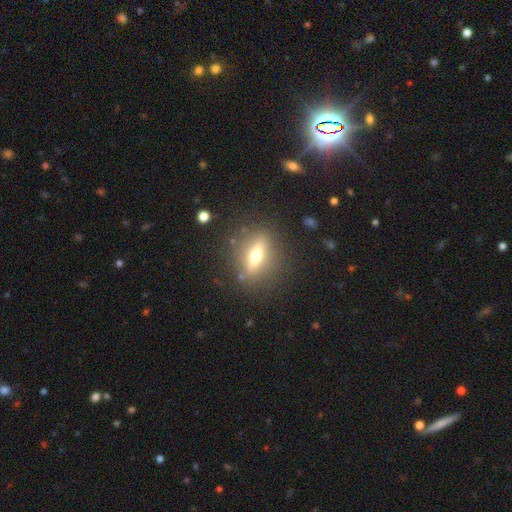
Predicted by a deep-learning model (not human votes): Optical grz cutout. It shows a featured or disk galaxy (48%). Merging: none (84%).